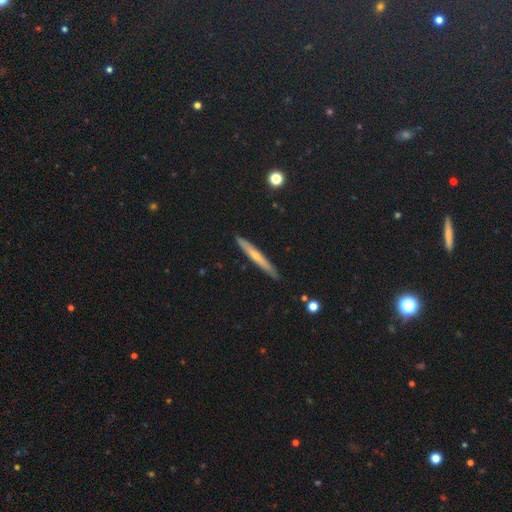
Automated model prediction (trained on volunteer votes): Smooth or featured? Predicted: featured or disk (p=0.49). Merging? Predicted: none (p=0.89).